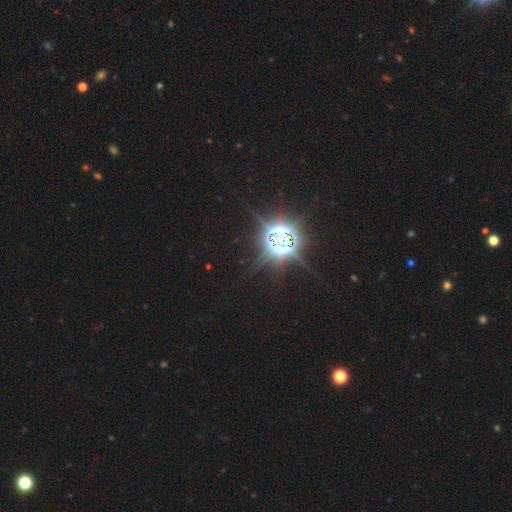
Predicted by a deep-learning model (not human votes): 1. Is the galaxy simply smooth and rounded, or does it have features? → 86% star or artifact, 8% smooth, 6% featured or disk.